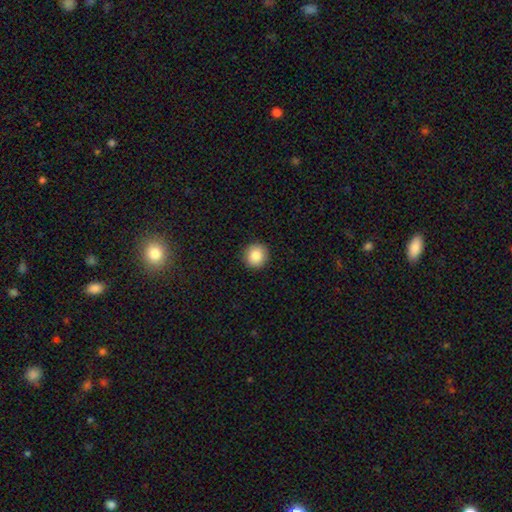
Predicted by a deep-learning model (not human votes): Smooth or featured? Predicted: smooth (p=0.85). How rounded? Predicted: round (p=0.94). Merging? Predicted: none (p=0.93).